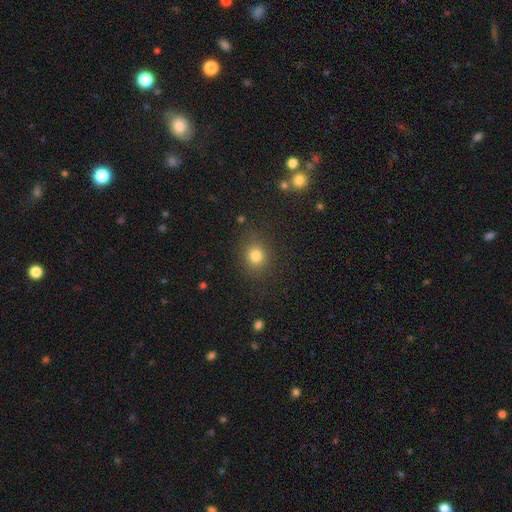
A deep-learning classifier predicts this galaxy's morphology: A smooth galaxy with no disk features (80%) that is round (75%). Merging: none (84%).